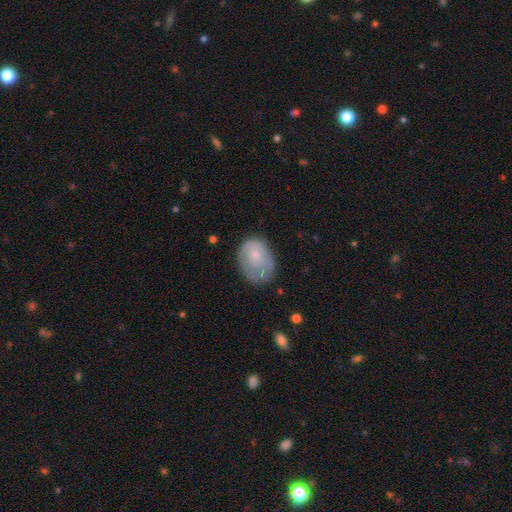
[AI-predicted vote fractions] Smooth or featured?
  - smooth: 57% *
  - featured or disk: 35%
  - star or artifact: 7%
How rounded?
  - in between: 64% *
  - round: 35%
  - cigar-shaped: 1%
Merging?
  - none: 52% *
  - minor disturbance: 31%
  - major disturbance: 15%
  - merger: 2%